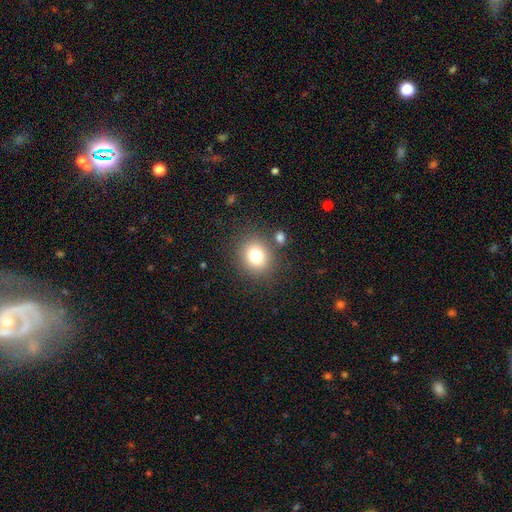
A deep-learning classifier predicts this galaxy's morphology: smooth 78%, star or artifact 12%, featured or disk 10%. Down the decision tree: how rounded — round (73%); merging — none (81%).